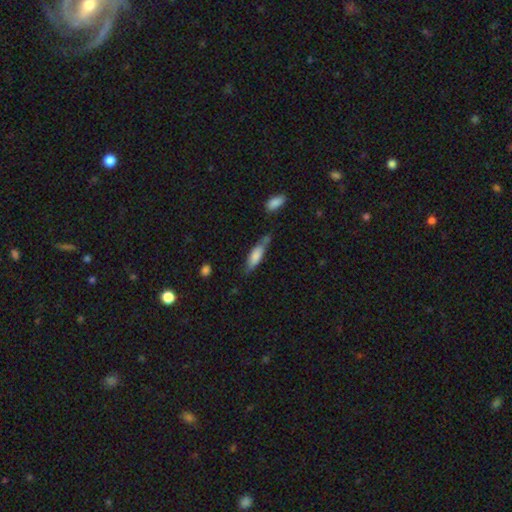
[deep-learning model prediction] smooth_or_featured: smooth (p=0.74) [alt: featured or disk p=0.20]
how_rounded: cigar-shaped (p=0.57) [alt: in between p=0.41]
merging: none (p=0.55) [alt: minor disturbance p=0.27]